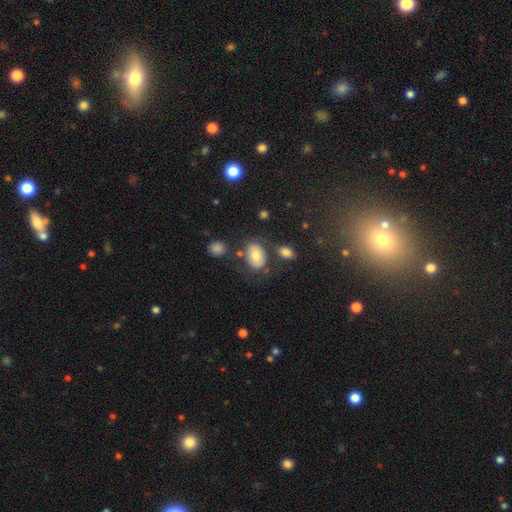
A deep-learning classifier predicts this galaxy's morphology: type=smooth (68%); roundness=in between (77%); merging=none (60%).